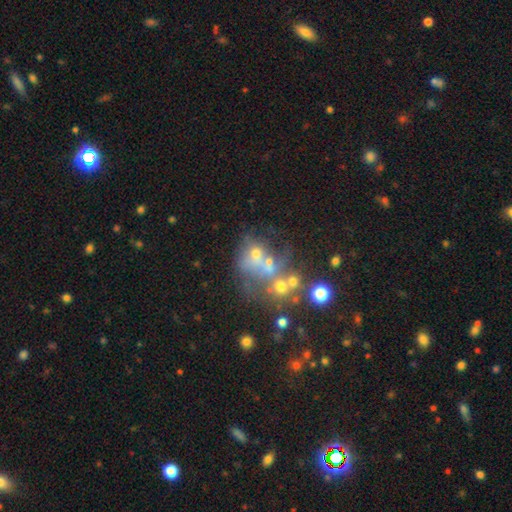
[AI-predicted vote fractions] A featured or disk galaxy (39%). Merging: merger (42%).